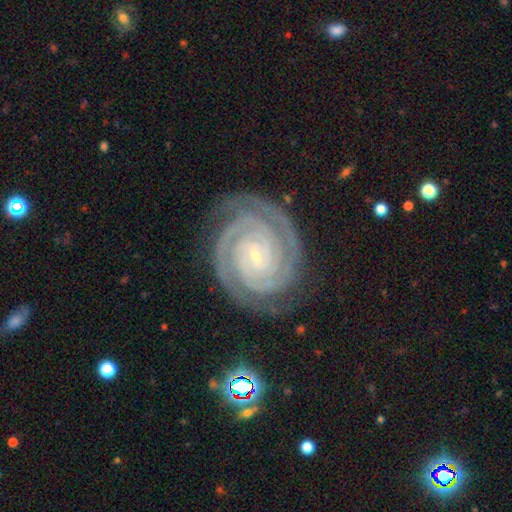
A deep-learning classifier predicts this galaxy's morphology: Smooth or featured? featured or disk (93%)
Edge-on disk? no (98%)
Bar? no (60%)
Spiral arms? yes (99%)
Spiral winding? tight (89%)
Spiral arm count? 2 (67%)
Bulge size? small (88%)
Merging? none (82%)